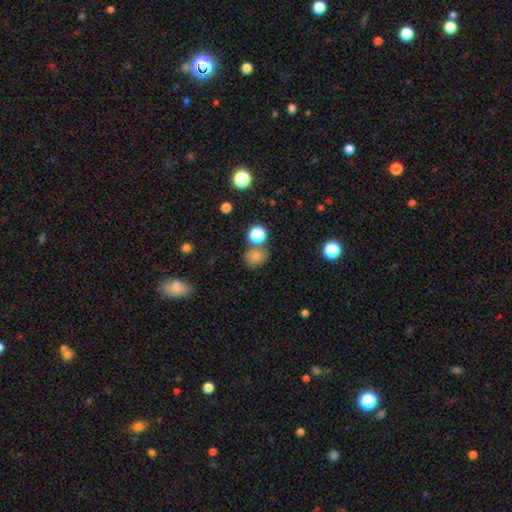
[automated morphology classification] The model was most divided on "how rounded": round: 72%, in between: 27%, cigar-shaped: 1%. More confident: smooth or featured — smooth (77%); merging — none (65%).